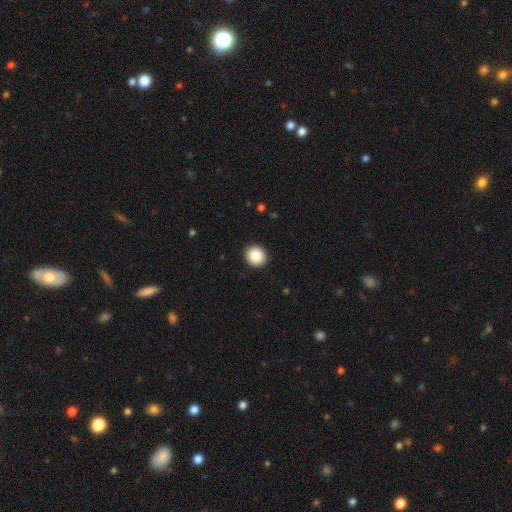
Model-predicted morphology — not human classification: This is clearly a smooth galaxy (87%). How rounded: clearly round (86%). Merging: clearly none (92%).